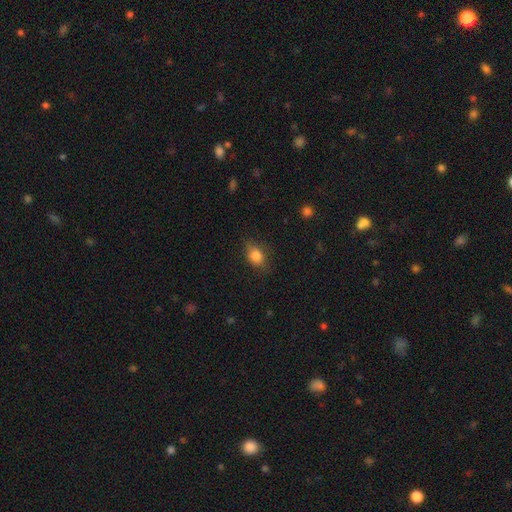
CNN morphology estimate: smooth_or_featured: smooth (p=0.83) [alt: star or artifact p=0.09]
how_rounded: in between (p=0.66) [alt: round p=0.32]
merging: none (p=0.73) [alt: minor disturbance p=0.21]